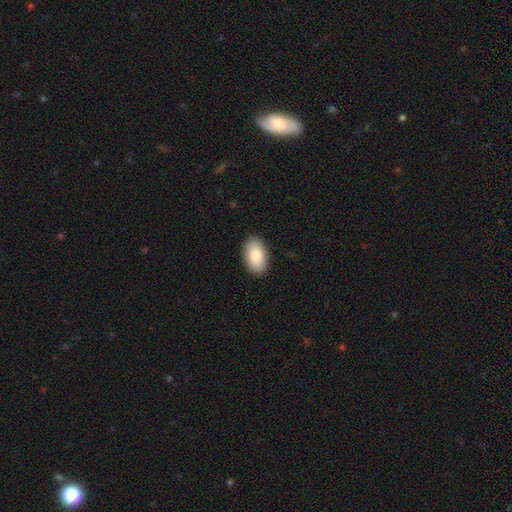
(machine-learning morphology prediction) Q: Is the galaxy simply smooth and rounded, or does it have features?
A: smooth — 86%.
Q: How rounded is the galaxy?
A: in between — 94%.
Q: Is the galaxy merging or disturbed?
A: none — 89%.